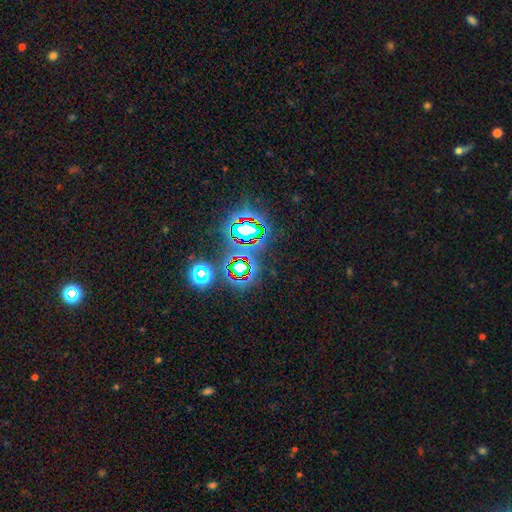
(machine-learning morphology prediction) star or artifact 77%, smooth 13%, featured or disk 10%.